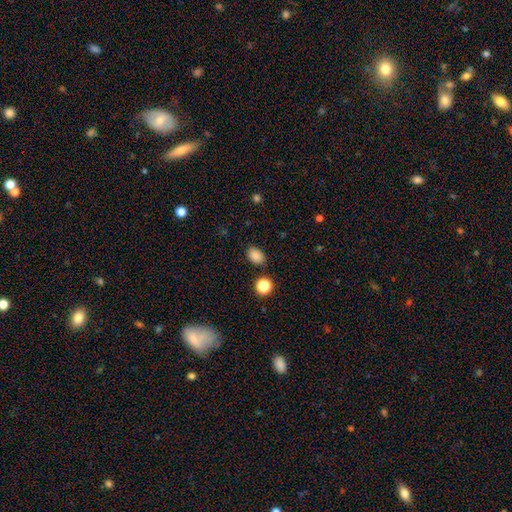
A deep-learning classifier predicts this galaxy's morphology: Smooth or featured?
  - smooth: 85% *
  - star or artifact: 11%
  - featured or disk: 3%
How rounded?
  - in between: 77% *
  - round: 22%
  - cigar-shaped: 1%
Merging?
  - none: 84% *
  - minor disturbance: 10%
  - merger: 3%
  - major disturbance: 3%